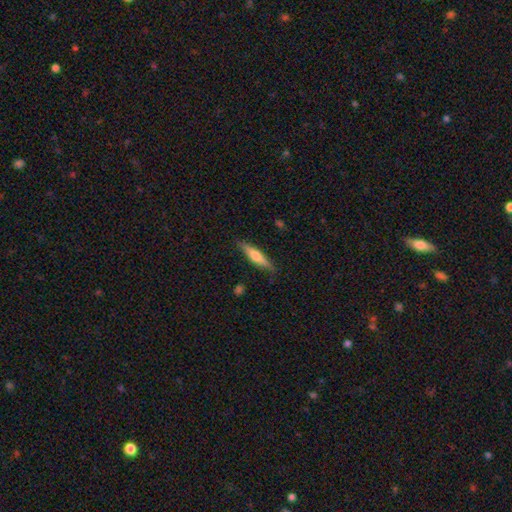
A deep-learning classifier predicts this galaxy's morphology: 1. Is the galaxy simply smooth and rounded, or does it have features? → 48% smooth, 46% featured or disk, 6% star or artifact.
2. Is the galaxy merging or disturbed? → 87% none, 10% minor disturbance, 2% major disturbance, 1% merger.